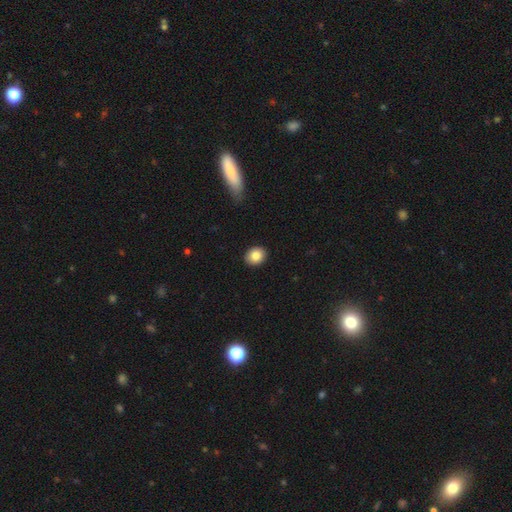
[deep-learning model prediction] Smooth or featured?
  - smooth: 84% *
  - star or artifact: 8%
  - featured or disk: 7%
How rounded?
  - round: 57% *
  - in between: 42%
  - cigar-shaped: 1%
Merging?
  - none: 90% *
  - minor disturbance: 7%
  - major disturbance: 2%
  - merger: 1%